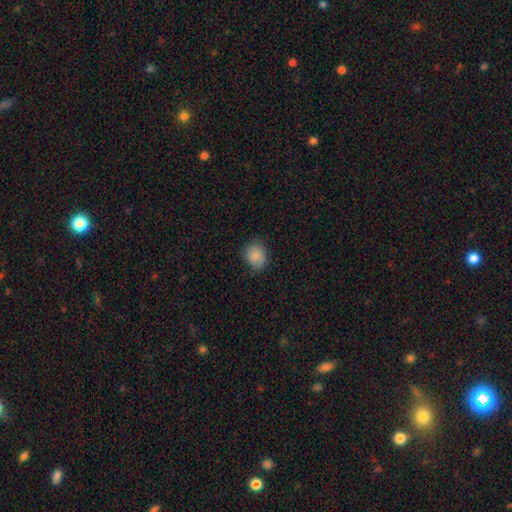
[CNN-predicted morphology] A smooth galaxy with no disk features (84%) that is round (59%). Merging: none (74%).